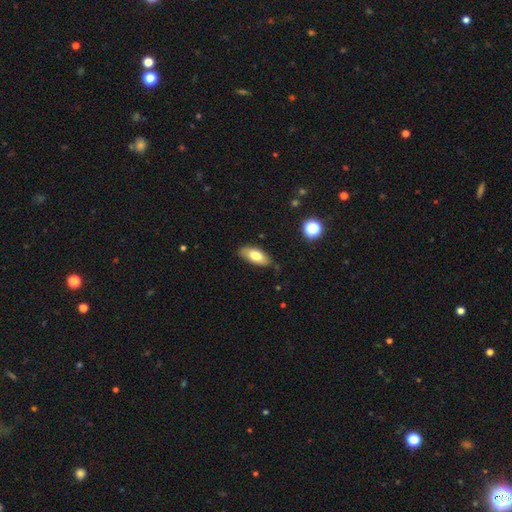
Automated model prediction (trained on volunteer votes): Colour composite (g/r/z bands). It shows a smooth galaxy with no disk features (75%) that is in between round and cigar-shaped (88%). Merging: none (82%).